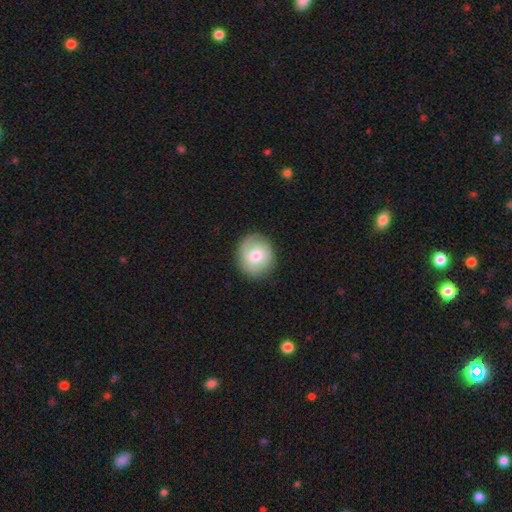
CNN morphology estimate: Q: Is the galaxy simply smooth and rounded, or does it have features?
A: smooth — 57%.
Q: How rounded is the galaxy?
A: round — 82%.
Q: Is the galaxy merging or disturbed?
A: none — 84%.